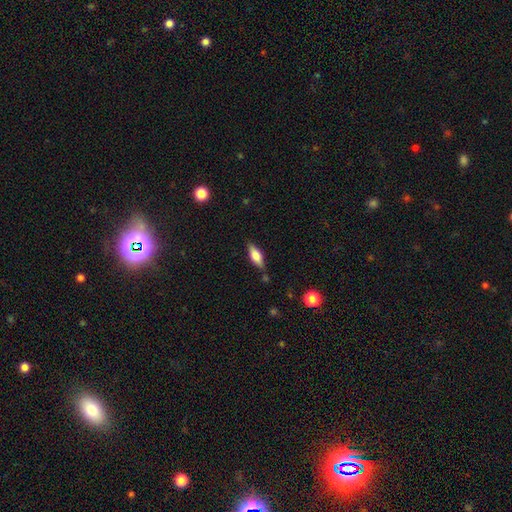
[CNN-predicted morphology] type=smooth (58%); roundness=in between (63%); merging=none (80%).